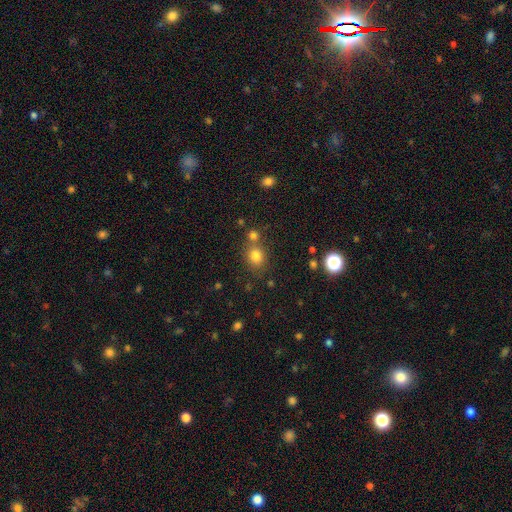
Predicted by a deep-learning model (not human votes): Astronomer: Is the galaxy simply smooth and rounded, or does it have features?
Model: smooth — 79%.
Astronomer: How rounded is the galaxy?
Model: round — 69%.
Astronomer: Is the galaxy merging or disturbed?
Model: none — 63%.